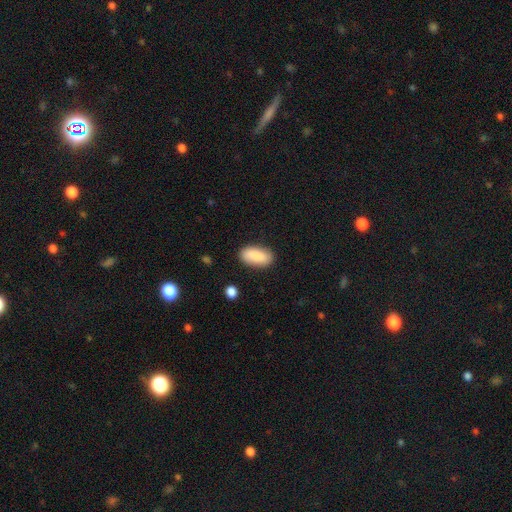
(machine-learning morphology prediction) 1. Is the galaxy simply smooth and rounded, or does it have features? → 89% smooth, 6% star or artifact, 5% featured or disk.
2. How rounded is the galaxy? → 91% in between, 7% cigar-shaped, 3% round.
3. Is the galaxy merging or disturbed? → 85% none, 11% minor disturbance, 3% major disturbance, 2% merger.